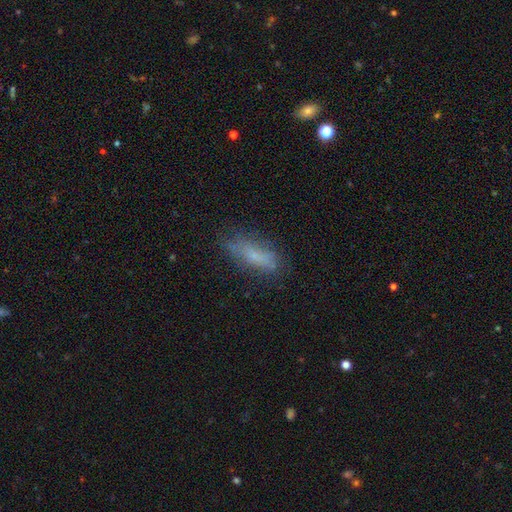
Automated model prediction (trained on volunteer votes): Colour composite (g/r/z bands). It shows a smooth galaxy with no disk features (65%) that is in between round and cigar-shaped (56%). Merging: none (69%).